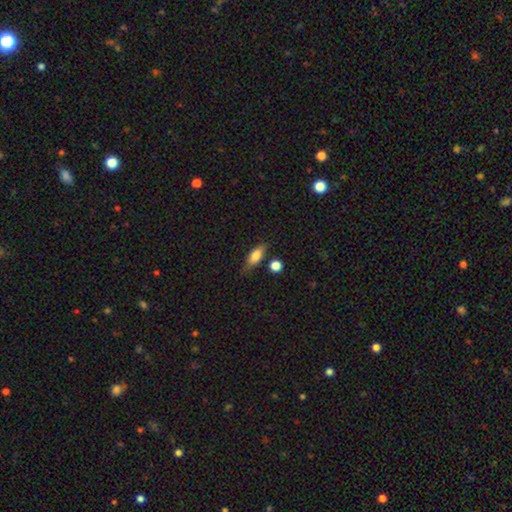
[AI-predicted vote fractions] A smooth galaxy with no disk features (73%) that is in between round and cigar-shaped (72%).

Vote fractions:
- Smooth or featured? smooth: 73% / featured or disk: 19% / star or artifact: 8%
- How rounded? in between: 72% / cigar-shaped: 22% / round: 6%
- Merging? none: 69% / minor disturbance: 20% / merger: 6% / major disturbance: 5%